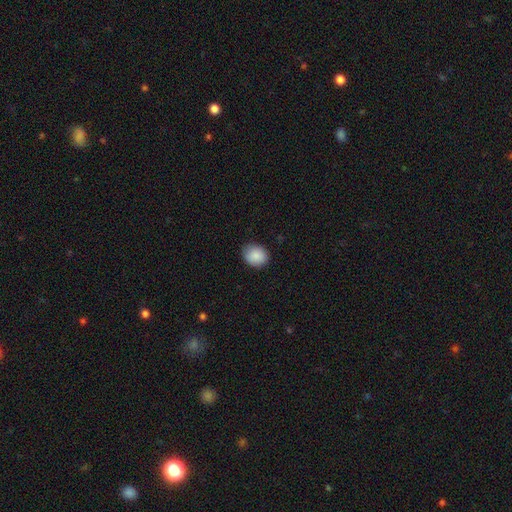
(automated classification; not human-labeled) This appears to be a smooth galaxy with no disk features (88%) that is round (58%). Merging: none (81%).